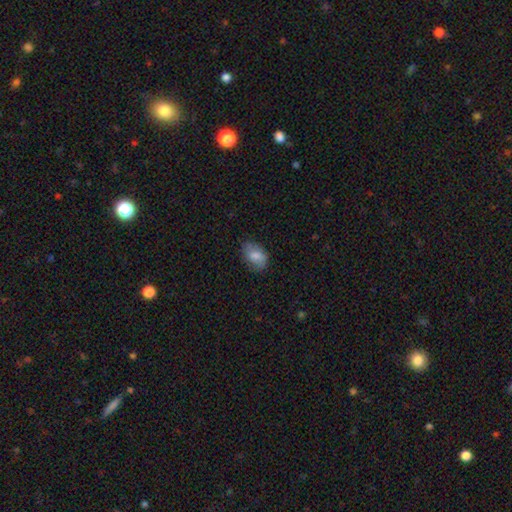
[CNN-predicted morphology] Q: Smooth or featured?
A: smooth (80%); runner-up: featured or disk (13%)
Q: How rounded?
A: in between (86%); runner-up: round (13%)
Q: Merging?
A: none (69%); runner-up: minor disturbance (23%)